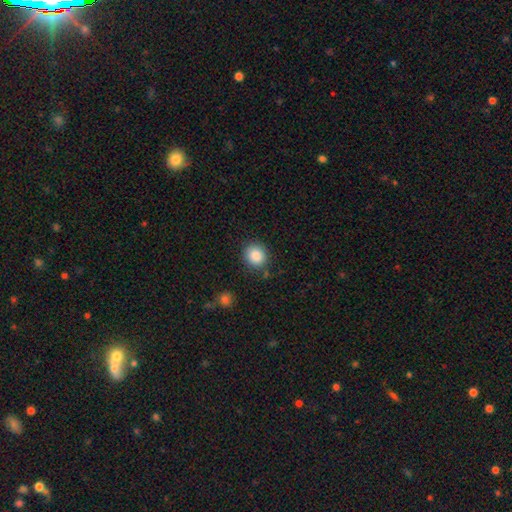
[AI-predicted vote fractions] smooth-or-featured: smooth: 87% | star or artifact: 9% | featured or disk: 4%
  how-rounded: round: 82% | in between: 17% | cigar-shaped: 1%
  merging: none: 84% | minor disturbance: 10% | major disturbance: 3% | merger: 3%